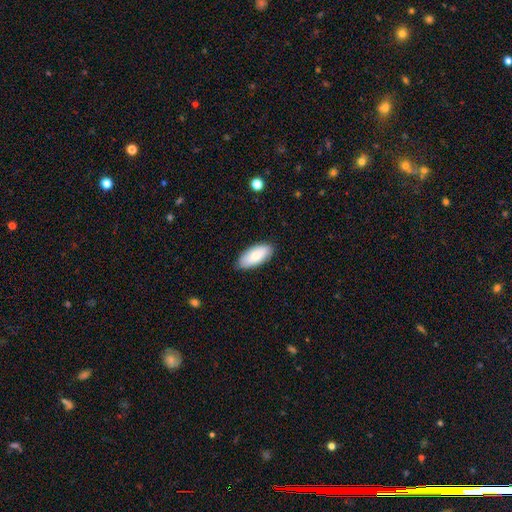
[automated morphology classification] smooth_or_featured: smooth (p=0.77) [alt: featured or disk p=0.17]
how_rounded: in between (p=0.91) [alt: cigar-shaped p=0.08]
merging: none (p=0.86) [alt: minor disturbance p=0.11]